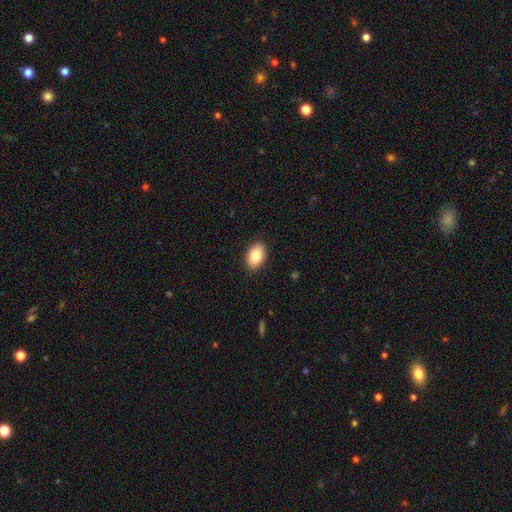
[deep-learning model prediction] A smooth galaxy with no disk features (85%) that is in between round and cigar-shaped (91%).

Vote fractions:
- Smooth or featured? smooth: 85% / featured or disk: 8% / star or artifact: 7%
- How rounded? in between: 91% / round: 7% / cigar-shaped: 1%
- Merging? none: 89% / minor disturbance: 8% / major disturbance: 2% / merger: 1%